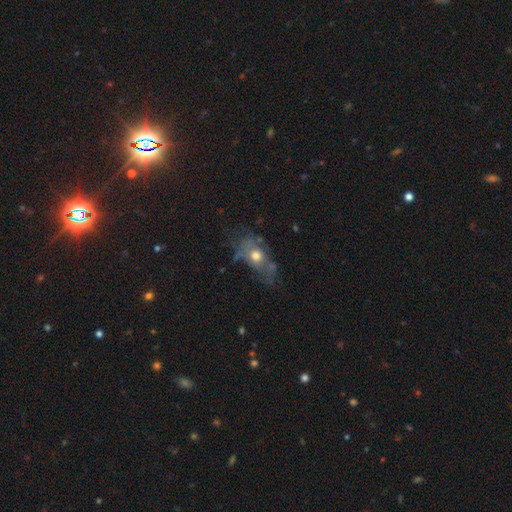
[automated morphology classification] The model was most divided on "smooth or featured": smooth: 45%, featured or disk: 44%, star or artifact: 10%. Remaining: merging — major disturbance (35%).